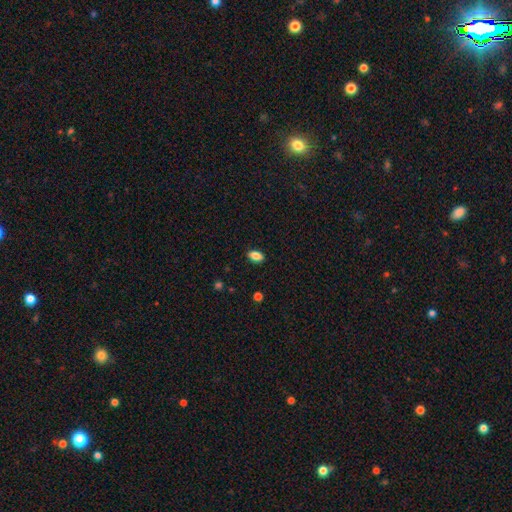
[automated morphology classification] Smooth or featured?
  - smooth: 86% *
  - star or artifact: 9%
  - featured or disk: 5%
How rounded?
  - in between: 89% *
  - round: 7%
  - cigar-shaped: 3%
Merging?
  - none: 88% *
  - minor disturbance: 9%
  - major disturbance: 2%
  - merger: 1%